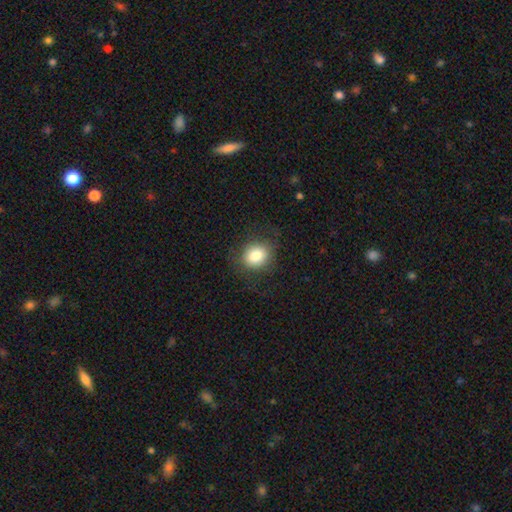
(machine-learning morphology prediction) A smooth galaxy with no disk features (81%) that is round (70%).

Vote fractions:
- Smooth or featured? smooth: 81% / featured or disk: 9% / star or artifact: 9%
- How rounded? round: 70% / in between: 29% / cigar-shaped: 1%
- Merging? none: 81% / minor disturbance: 12% / major disturbance: 6% / merger: 1%